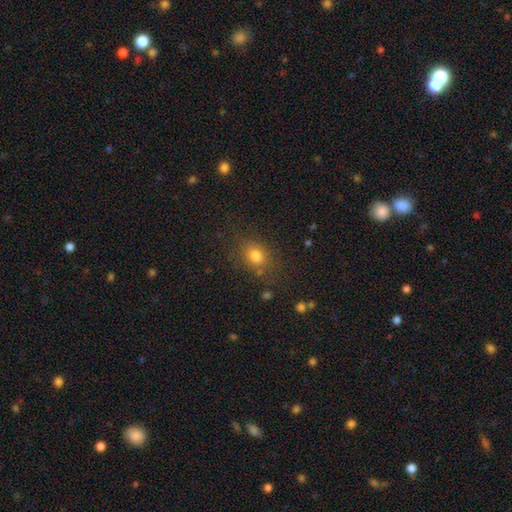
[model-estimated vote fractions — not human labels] Overall: smooth (78%). How rounded: in between (50%; round 49%). Merging: none (76%).